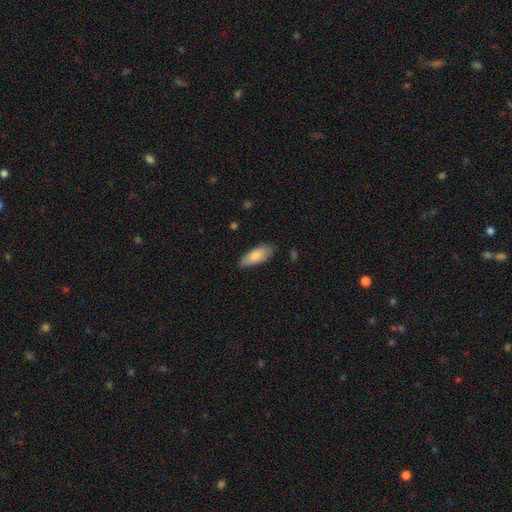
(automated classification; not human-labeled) The model was most divided on "merging": none: 78%, minor disturbance: 18%, major disturbance: 3%, merger: 1%. More confident: smooth or featured — smooth (82%); how rounded — in between (82%).